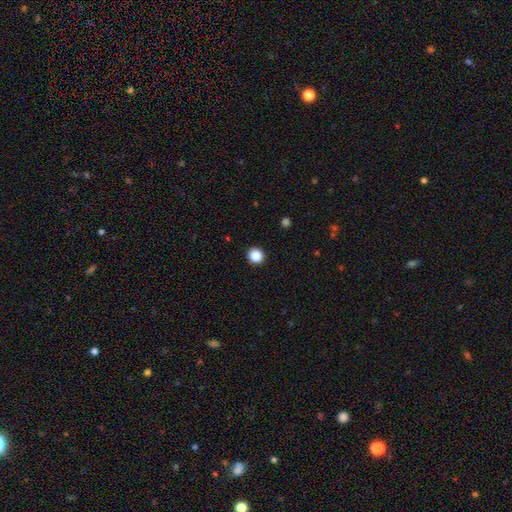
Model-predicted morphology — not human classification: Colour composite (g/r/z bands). It shows a smooth galaxy with no disk features (88%) that is round (90%). Merging: none (93%).